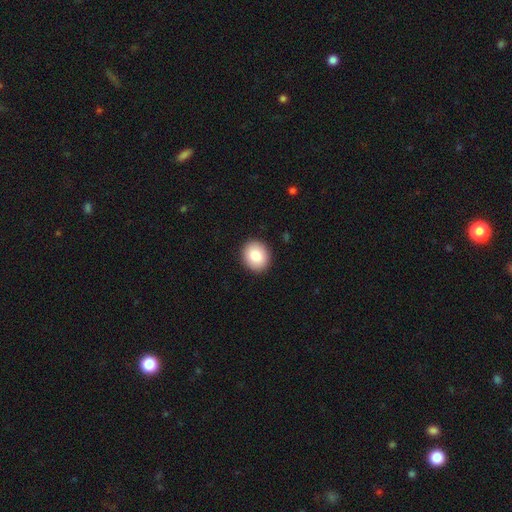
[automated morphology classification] type=smooth (84%); roundness=round (70%); merging=none (91%).